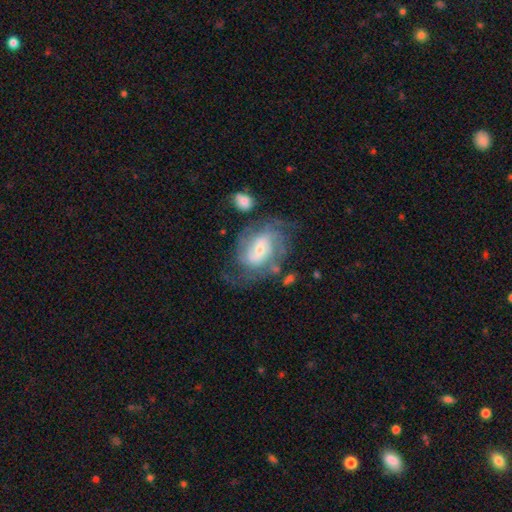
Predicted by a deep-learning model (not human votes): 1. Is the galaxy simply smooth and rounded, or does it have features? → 77% featured or disk, 17% smooth, 7% star or artifact.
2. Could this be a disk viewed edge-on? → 97% no, 3% yes.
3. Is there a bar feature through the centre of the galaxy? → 47% weak, 39% no, 14% strong.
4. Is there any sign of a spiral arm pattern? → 88% yes, 12% no.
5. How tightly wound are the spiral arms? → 42% tight, 41% medium, 18% loose.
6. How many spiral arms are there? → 36% can't tell (tied), 36% 2 (tied), 14% 3, 7% 4, 4% 1, 4% more than 4.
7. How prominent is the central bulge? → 57% small, 36% moderate, 4% large, 2% none, 1% dominant.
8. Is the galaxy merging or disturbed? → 53% none, 21% minor disturbance, 19% major disturbance, 7% merger.